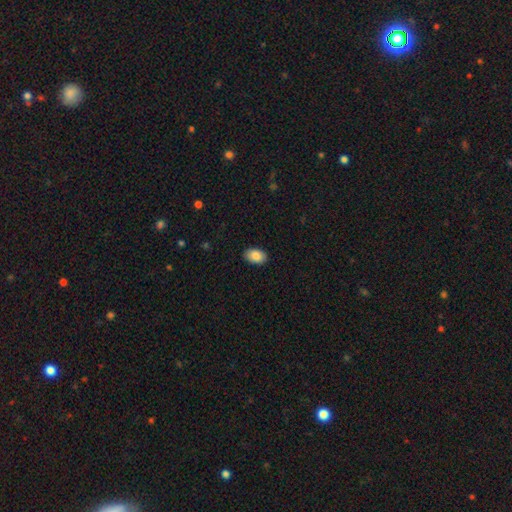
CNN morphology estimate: This appears to be a smooth galaxy with no disk features (87%) that is in between round and cigar-shaped (90%). Merging: none (89%).